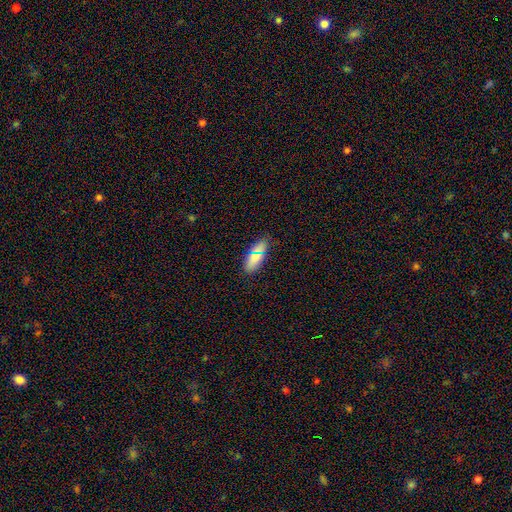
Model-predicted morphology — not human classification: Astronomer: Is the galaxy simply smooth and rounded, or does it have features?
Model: smooth — 78%.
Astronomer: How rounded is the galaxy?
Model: in between — 79%.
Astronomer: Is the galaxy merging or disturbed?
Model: none — 86%.